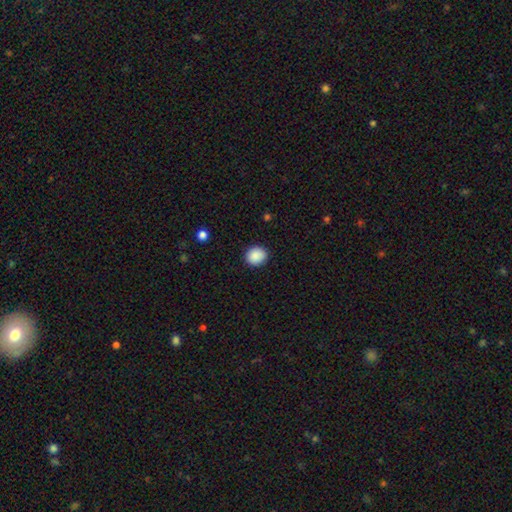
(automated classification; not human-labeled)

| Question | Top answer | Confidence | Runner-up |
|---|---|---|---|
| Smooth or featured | smooth | 89% | star or artifact (8%) |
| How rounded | round | 79% | in between (20%) |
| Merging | none | 89% | minor disturbance (7%) |